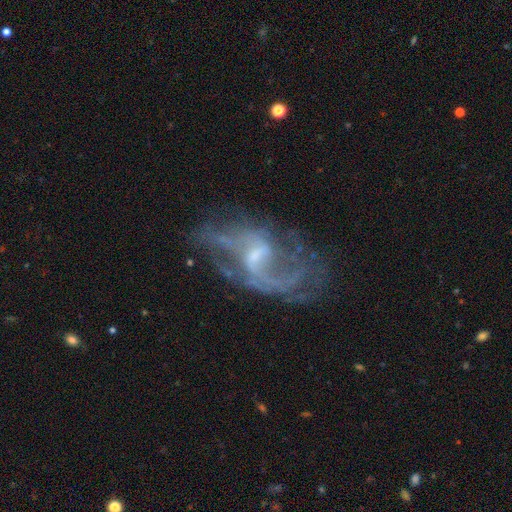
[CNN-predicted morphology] Smooth or featured? Predicted: featured or disk (p=0.83). Edge-on disk? Predicted: no (p=0.96). Bar? Predicted: weak (p=0.55). Spiral arms? Predicted: yes (p=0.83). Spiral winding? Predicted: loose (p=0.59). Spiral arm count? Predicted: 2 (p=0.55). Bulge size? Predicted: small (p=0.58). Merging? Predicted: none (p=0.46).